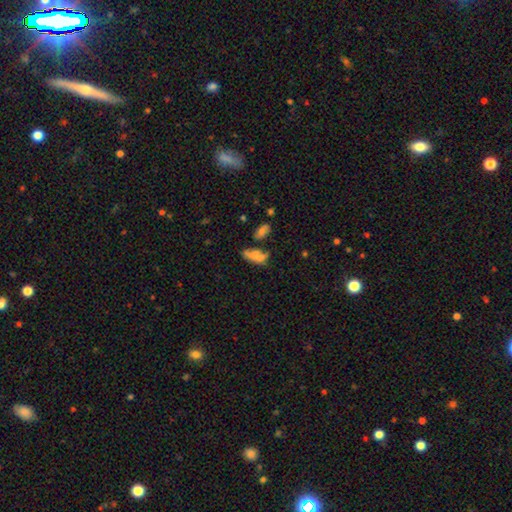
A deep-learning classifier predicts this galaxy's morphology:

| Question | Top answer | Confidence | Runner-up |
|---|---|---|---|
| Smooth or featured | smooth | 64% | featured or disk (23%) |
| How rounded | in between | 80% | cigar-shaped (14%) |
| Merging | merger | 39% | none (30%) |